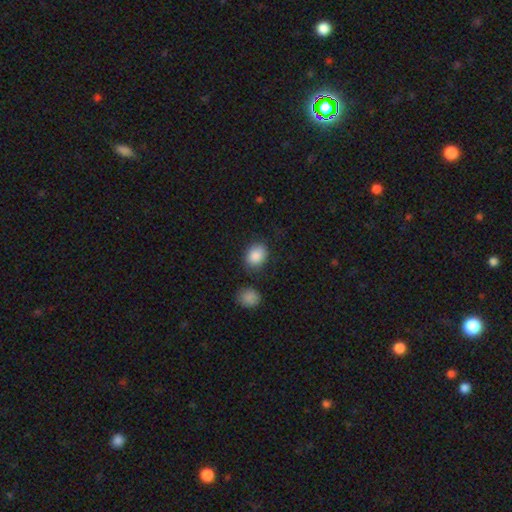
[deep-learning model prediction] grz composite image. It shows a smooth galaxy with no disk features (88%) that is in between round and cigar-shaped (54%). Merging: none (77%).